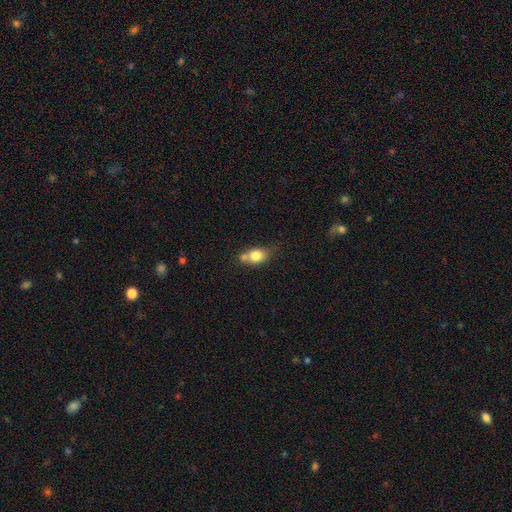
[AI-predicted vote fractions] Morphology: type=smooth (76%); roundness=in between (68%); merging=none (43%).